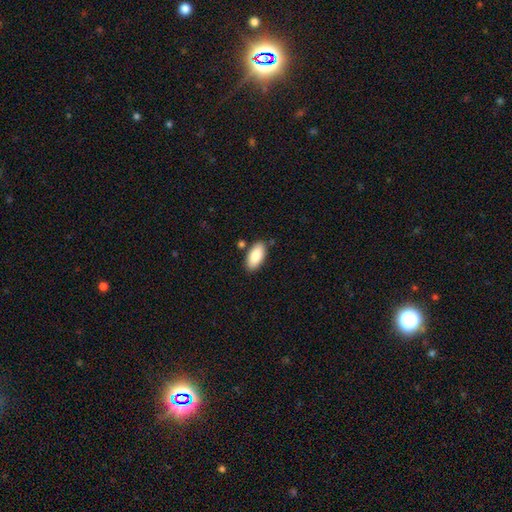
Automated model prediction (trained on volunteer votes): The model was most divided on "merging": none: 83%, minor disturbance: 10%, merger: 4%, major disturbance: 2%. More confident: how rounded — in between (93%); smooth or featured — smooth (87%).